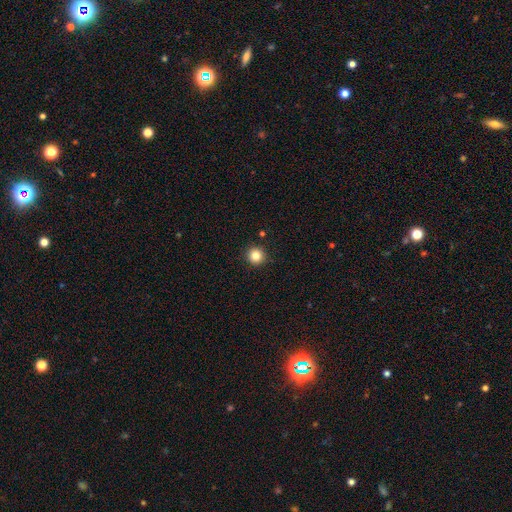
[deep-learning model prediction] A smooth galaxy with no disk features (84%) that is round (96%).

Vote fractions:
- Smooth or featured? smooth: 84% / star or artifact: 11% / featured or disk: 5%
- How rounded? round: 96% / in between: 3% / cigar-shaped: 1%
- Merging? none: 92% / minor disturbance: 5% / major disturbance: 2% / merger: 1%